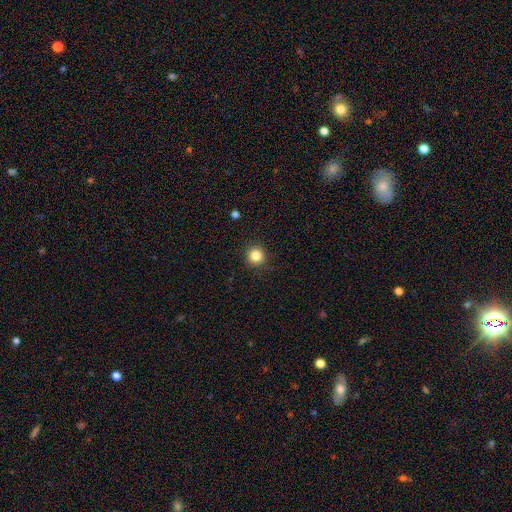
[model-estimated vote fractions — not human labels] Smooth or featured?
  - smooth: 84% *
  - star or artifact: 11%
  - featured or disk: 5%
How rounded?
  - round: 95% *
  - in between: 4%
  - cigar-shaped: 1%
Merging?
  - none: 92% *
  - minor disturbance: 5%
  - major disturbance: 2%
  - merger: 1%